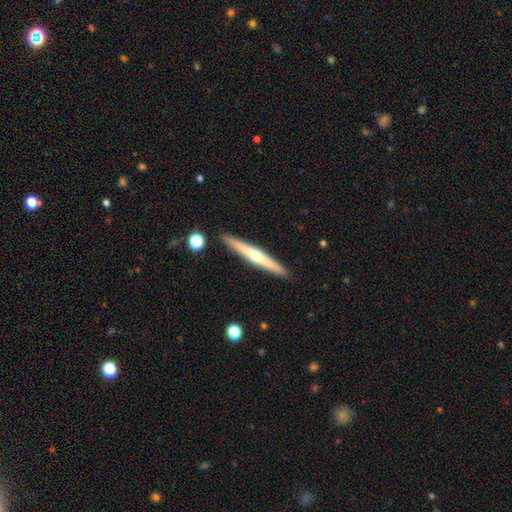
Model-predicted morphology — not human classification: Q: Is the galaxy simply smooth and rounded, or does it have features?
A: featured or disk — 64%.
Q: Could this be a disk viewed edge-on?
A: yes — 97%.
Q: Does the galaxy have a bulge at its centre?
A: rounded — 81%.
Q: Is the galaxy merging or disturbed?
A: none — 91%.